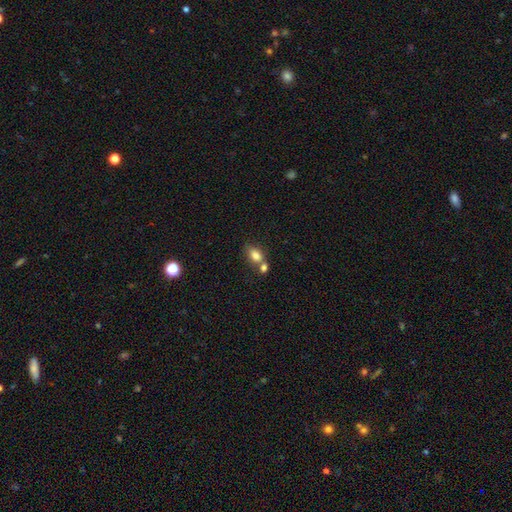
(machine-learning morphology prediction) This is clearly a smooth galaxy (81%). How rounded: likely in between (78%). Merging: marginally none (45%).